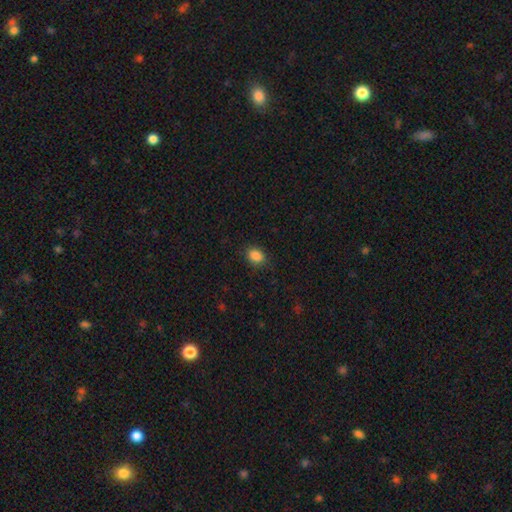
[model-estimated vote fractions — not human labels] Smooth or featured?
  - smooth: 87% *
  - star or artifact: 10%
  - featured or disk: 3%
How rounded?
  - in between: 62% *
  - round: 37%
  - cigar-shaped: 1%
Merging?
  - none: 85% *
  - minor disturbance: 11%
  - major disturbance: 3%
  - merger: 1%